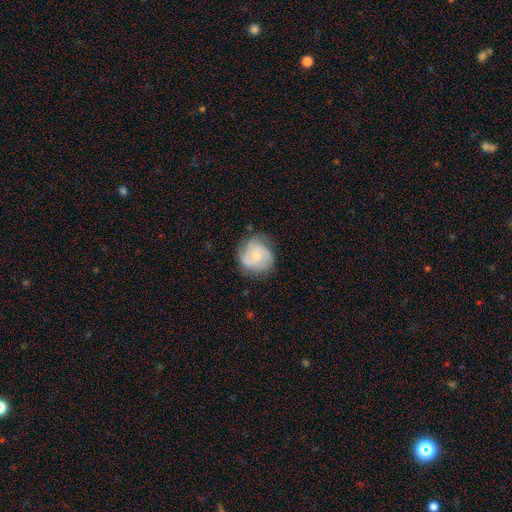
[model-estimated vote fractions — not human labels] Smooth or featured: featured or disk — 64% (smooth — 29%)
Edge-on disk: no — 98% (yes — 2%)
Bar: no — 70% (weak — 27%)
Spiral arms: yes — 89% (no — 11%)
Spiral winding: tight — 47% (medium — 40%)
Spiral arm count: 2 — 40% (3 — 26%)
Bulge size: small — 49% (moderate — 44%)
Merging: none — 66% (minor disturbance — 25%)